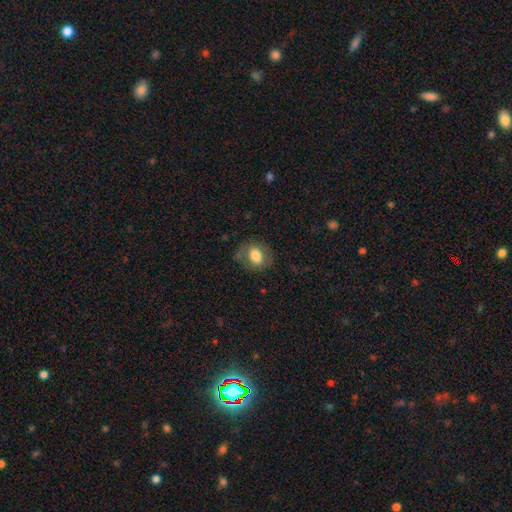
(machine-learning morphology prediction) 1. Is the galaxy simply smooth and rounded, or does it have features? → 73% smooth, 20% featured or disk, 8% star or artifact.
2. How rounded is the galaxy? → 63% in between, 36% round, 1% cigar-shaped.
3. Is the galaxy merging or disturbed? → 70% none, 18% minor disturbance, 10% major disturbance, 2% merger.